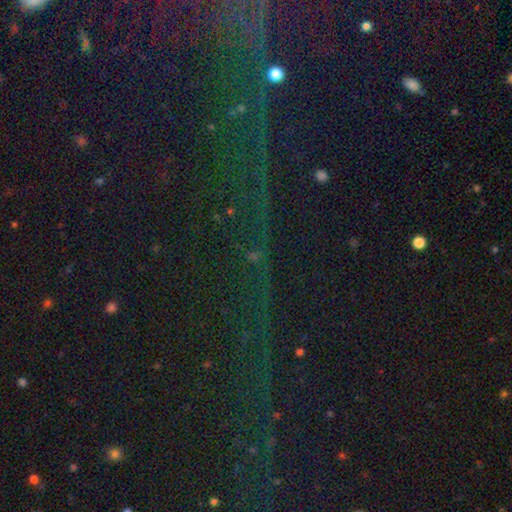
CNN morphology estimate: A star or artifact, not a galaxy (79%).

Vote fractions:
- Smooth or featured? star or artifact: 79% / smooth: 11% / featured or disk: 10%